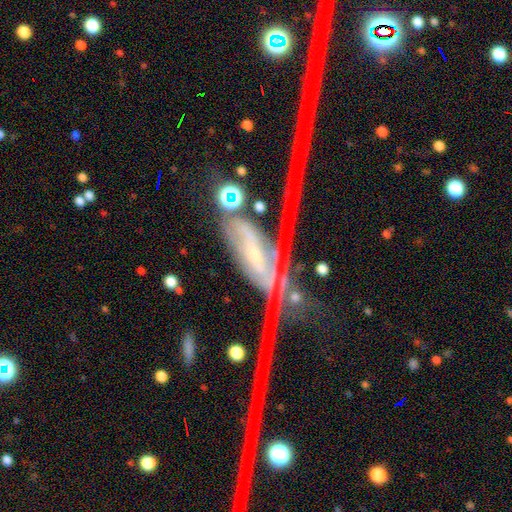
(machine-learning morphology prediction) Smooth or featured?
  - featured or disk: 72% *
  - star or artifact: 17%
  - smooth: 11%
Edge-on disk?
  - yes: 53% *
  - no: 47%
Merging?
  - none: 40% *
  - major disturbance: 24%
  - minor disturbance: 18%
  - merger: 17%